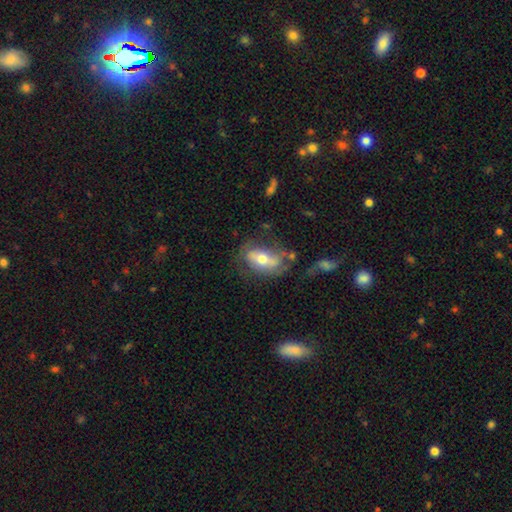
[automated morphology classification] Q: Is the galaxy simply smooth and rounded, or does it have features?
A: featured or disk — 47%.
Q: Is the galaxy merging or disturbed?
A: none — 52%.